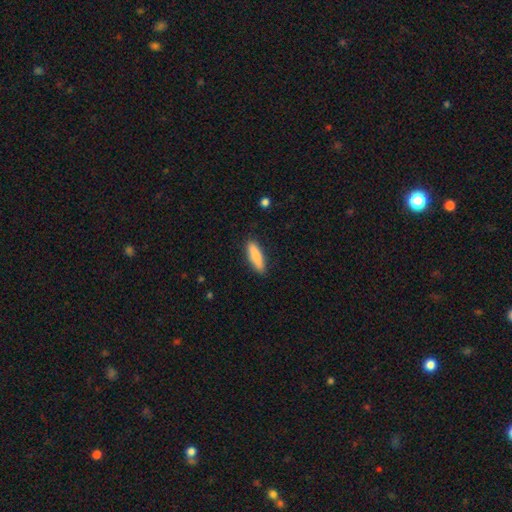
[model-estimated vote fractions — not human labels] Smooth or featured? smooth (83%)
How rounded? cigar-shaped (69%)
Merging? none (87%)